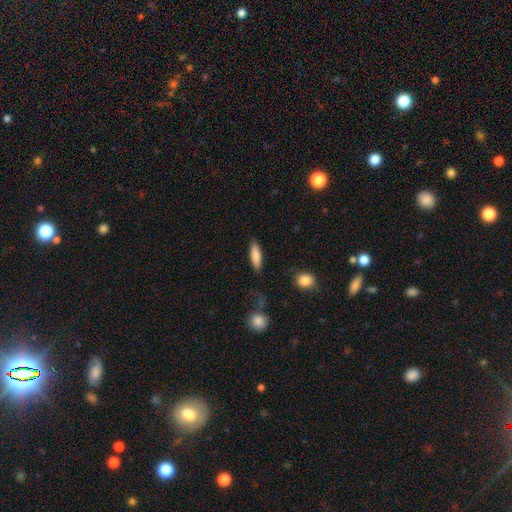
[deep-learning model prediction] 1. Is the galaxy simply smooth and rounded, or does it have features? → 82% smooth, 12% featured or disk, 6% star or artifact.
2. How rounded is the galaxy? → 59% cigar-shaped, 39% in between, 2% round.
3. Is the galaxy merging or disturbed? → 86% none, 10% minor disturbance, 3% major disturbance, 2% merger.